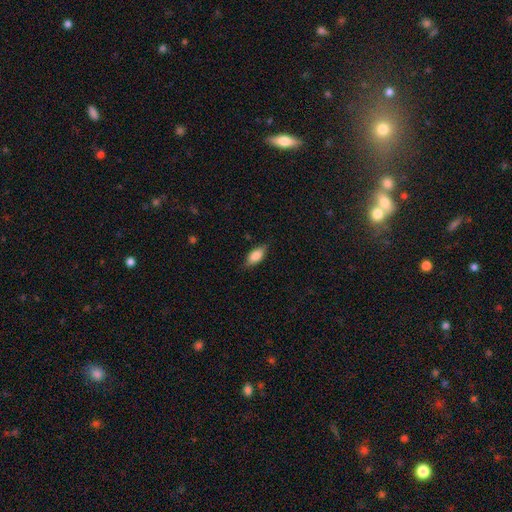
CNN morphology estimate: smooth-or-featured: smooth: 82% | featured or disk: 12% | star or artifact: 7%
  how-rounded: in between: 85% | cigar-shaped: 12% | round: 3%
  merging: none: 80% | minor disturbance: 16% | major disturbance: 3% | merger: 1%